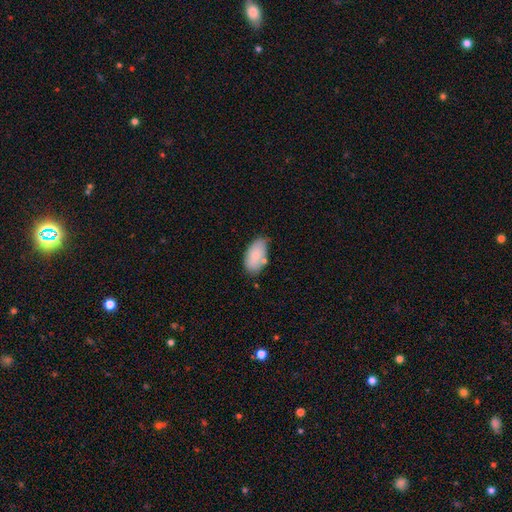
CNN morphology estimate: type=smooth (83%); roundness=in between (95%); merging=none (66%).